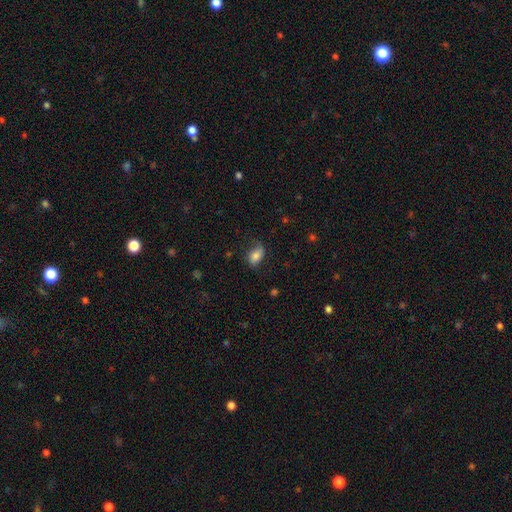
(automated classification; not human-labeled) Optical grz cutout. It shows a smooth galaxy with no disk features (74%) that is in between round and cigar-shaped (88%). Merging: none (64%).